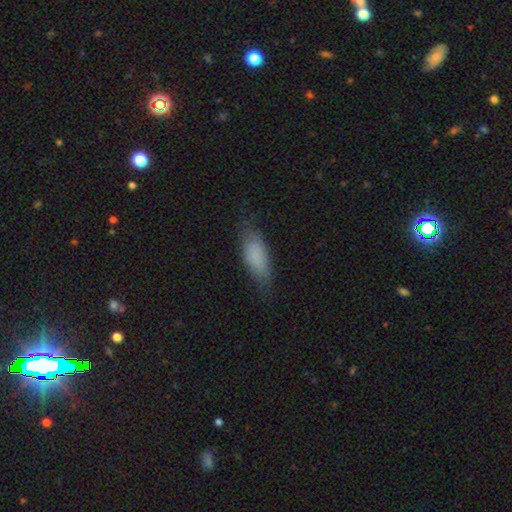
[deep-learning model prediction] This appears to be a smooth galaxy with no disk features (83%) that is in between round and cigar-shaped (71%). Merging: none (71%).